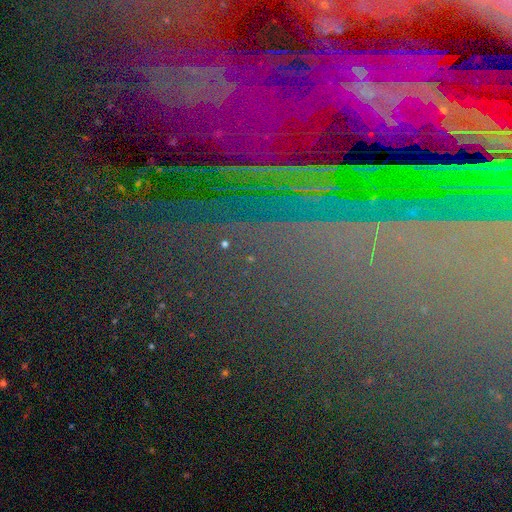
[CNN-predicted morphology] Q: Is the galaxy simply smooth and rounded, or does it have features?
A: star or artifact — 81%.